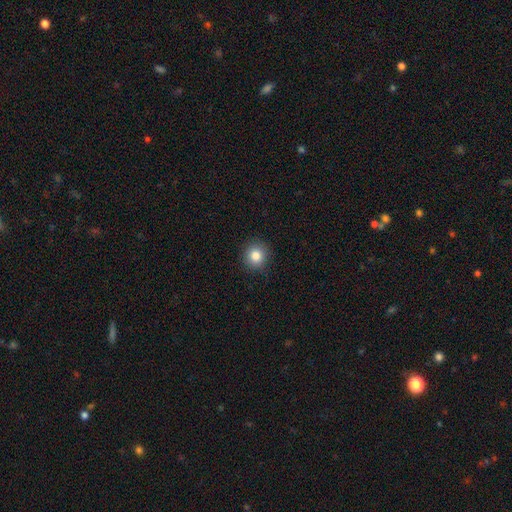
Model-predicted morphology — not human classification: smooth-or-featured: smooth: 84% | star or artifact: 11% | featured or disk: 6%
  how-rounded: round: 91% | in between: 8% | cigar-shaped: 1%
  merging: none: 91% | minor disturbance: 6% | major disturbance: 2% | merger: 1%